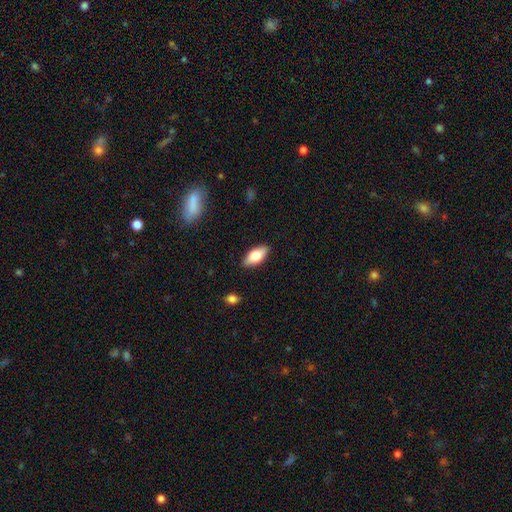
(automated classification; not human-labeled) This is likely a smooth galaxy (72%). How rounded: clearly in between (85%). Merging: clearly none (88%).